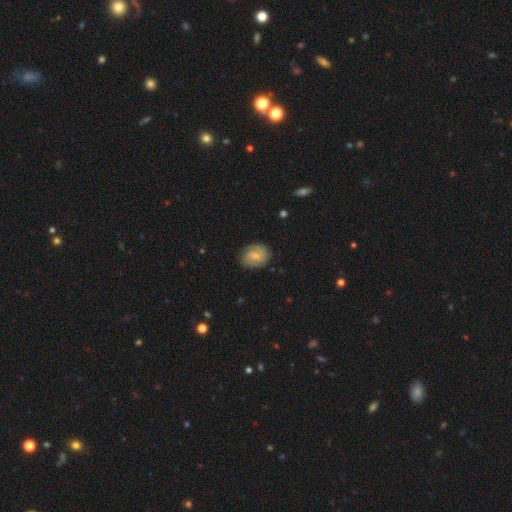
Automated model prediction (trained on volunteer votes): Morphology: type=featured or disk (53%); edge-on=no (97%); bar=weak (55%); spiral arms=yes (87%); bulge=small (37%); merging=none (77%).